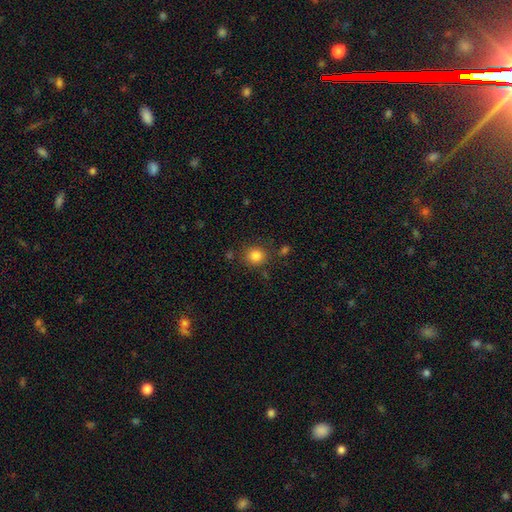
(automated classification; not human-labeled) smooth_or_featured: smooth (p=0.84) [alt: star or artifact p=0.11]
how_rounded: round (p=0.86) [alt: in between p=0.13]
merging: none (p=0.82) [alt: minor disturbance p=0.10]